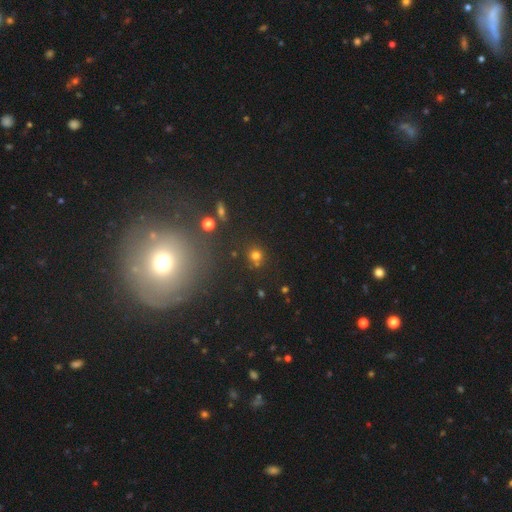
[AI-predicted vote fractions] This is likely a smooth galaxy (70%). How rounded: clearly round (90%). Merging: likely none (76%).